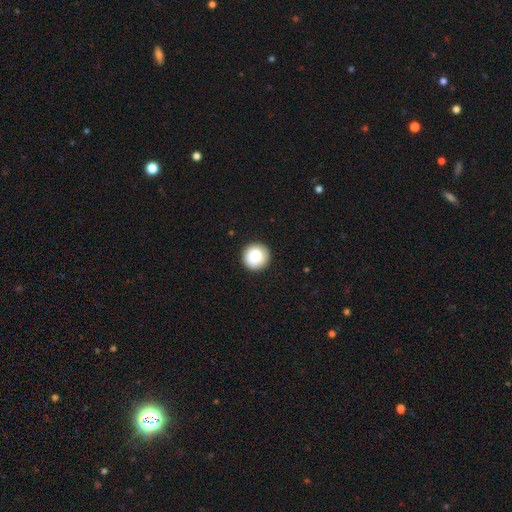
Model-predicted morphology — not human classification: The model was most divided on "smooth or featured": smooth: 86%, star or artifact: 7%, featured or disk: 7%. More confident: how rounded — round (95%); merging — none (90%).